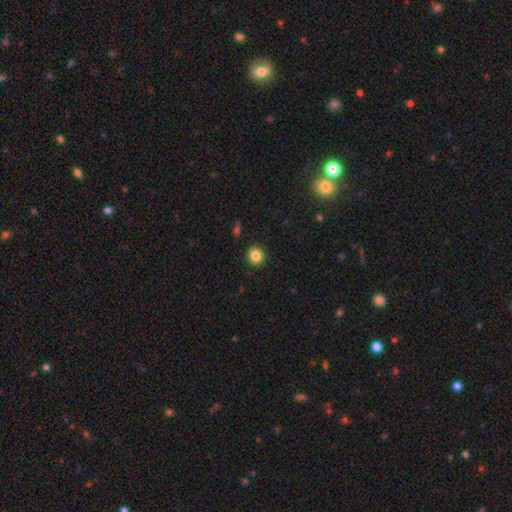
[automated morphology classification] Smooth or featured? Predicted: smooth (p=0.85). How rounded? Predicted: round (p=0.90). Merging? Predicted: none (p=0.91).